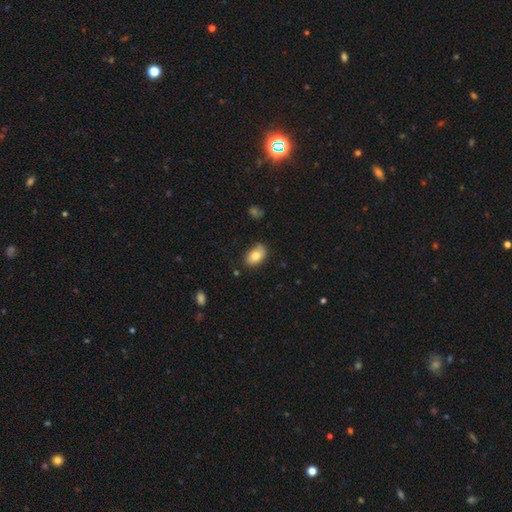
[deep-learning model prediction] Smooth or featured?
  - smooth: 81% *
  - featured or disk: 11%
  - star or artifact: 8%
How rounded?
  - in between: 90% *
  - round: 9%
  - cigar-shaped: 1%
Merging?
  - none: 76% *
  - minor disturbance: 18%
  - major disturbance: 3%
  - merger: 2%